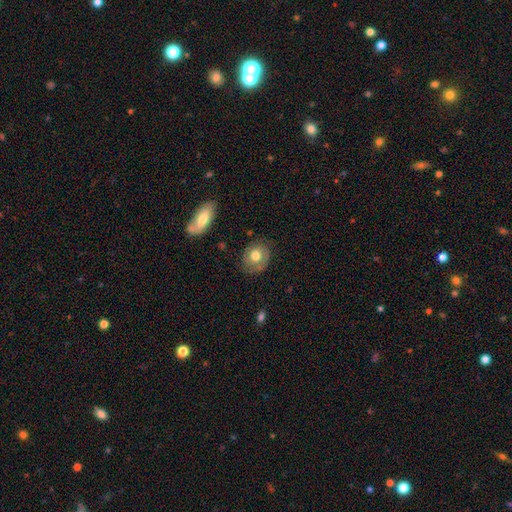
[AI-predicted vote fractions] Q: Smooth or featured?
A: smooth (59%); runner-up: featured or disk (34%)
Q: How rounded?
A: round (68%); runner-up: in between (31%)
Q: Merging?
A: none (74%); runner-up: minor disturbance (18%)